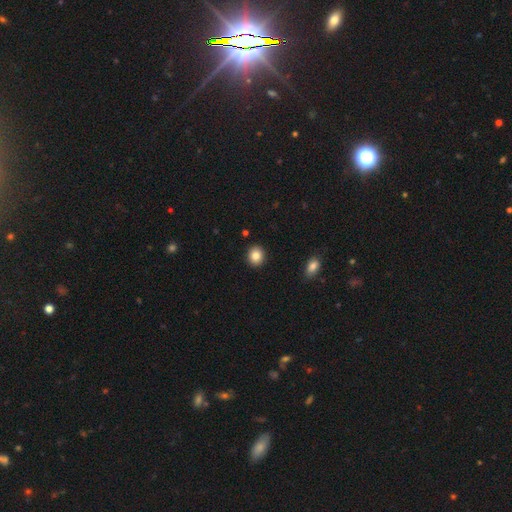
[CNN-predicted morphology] This is clearly a smooth galaxy (85%). How rounded: likely round (74%). Merging: clearly none (91%).